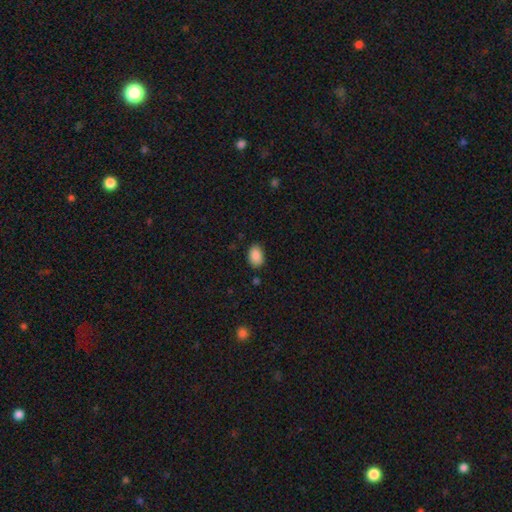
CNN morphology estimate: Smooth or featured? smooth (89%)
How rounded? in between (84%)
Merging? none (82%)